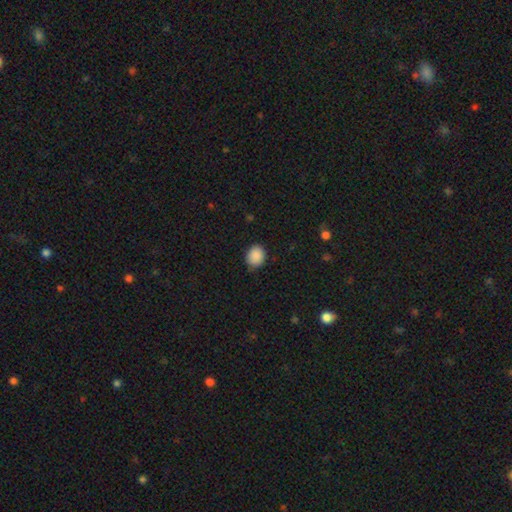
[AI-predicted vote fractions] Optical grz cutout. It shows a smooth galaxy with no disk features (89%) that is round (54%). Merging: none (84%).